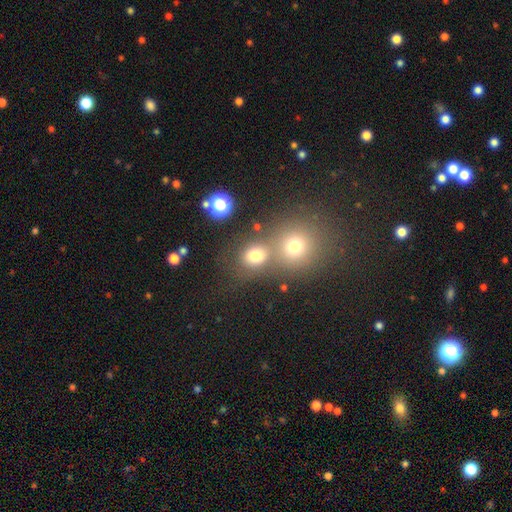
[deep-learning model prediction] Q: Smooth or featured?
A: smooth (74%); runner-up: star or artifact (16%)
Q: How rounded?
A: round (68%); runner-up: in between (31%)
Q: Merging?
A: none (48%); runner-up: merger (39%)